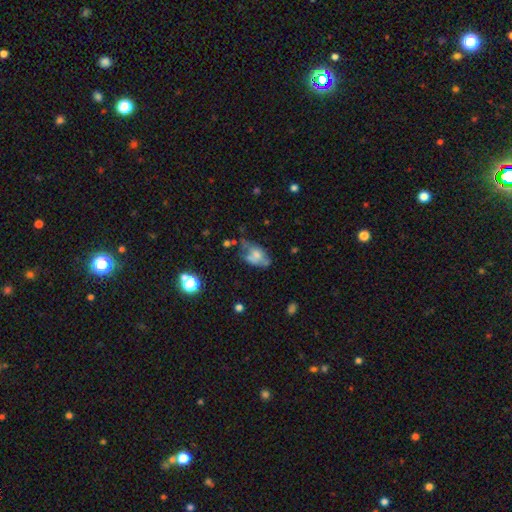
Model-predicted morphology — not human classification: Smooth or featured: smooth — 49% (featured or disk — 39%)
Merging: major disturbance — 32% (minor disturbance — 28%)